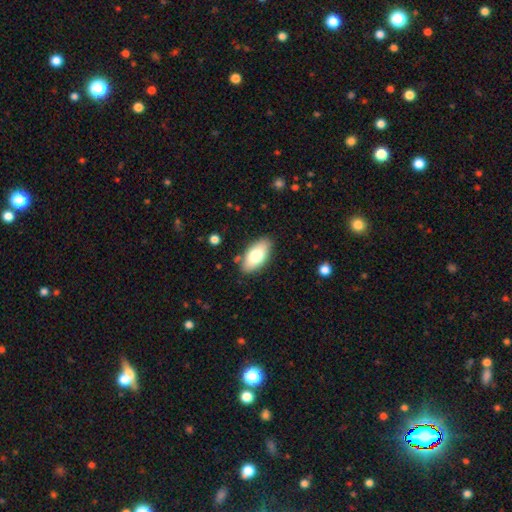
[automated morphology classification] A smooth galaxy with no disk features (72%) that is in between round and cigar-shaped (92%).

Vote fractions:
- Smooth or featured? smooth: 72% / featured or disk: 21% / star or artifact: 7%
- How rounded? in between: 92% / cigar-shaped: 5% / round: 4%
- Merging? none: 85% / minor disturbance: 11% / major disturbance: 3% / merger: 2%